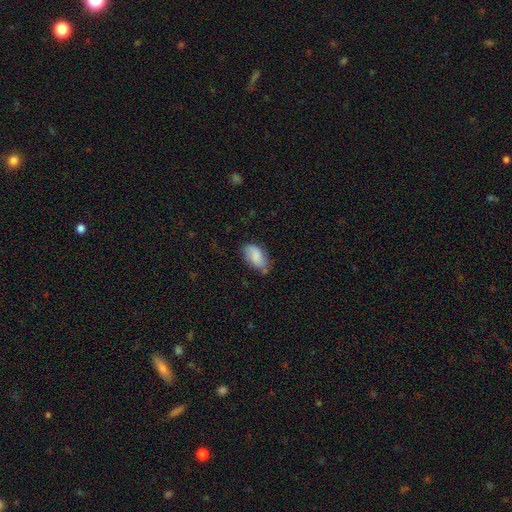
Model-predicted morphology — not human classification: Smooth or featured?
  - smooth: 77% *
  - featured or disk: 16%
  - star or artifact: 7%
How rounded?
  - in between: 93% *
  - round: 5%
  - cigar-shaped: 3%
Merging?
  - none: 63% *
  - minor disturbance: 28%
  - major disturbance: 6%
  - merger: 3%